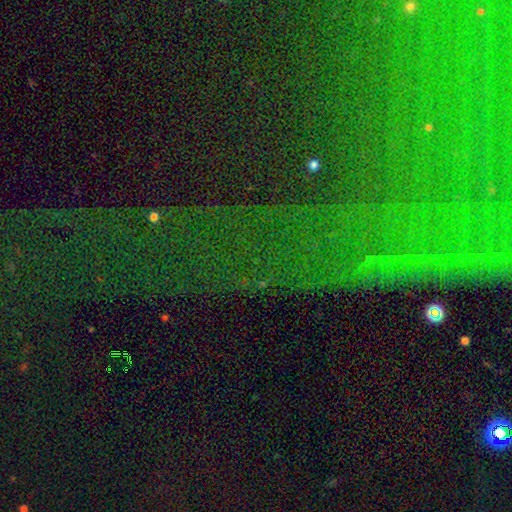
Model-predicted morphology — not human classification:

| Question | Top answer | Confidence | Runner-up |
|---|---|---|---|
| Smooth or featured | star or artifact | 81% | featured or disk (10%) |